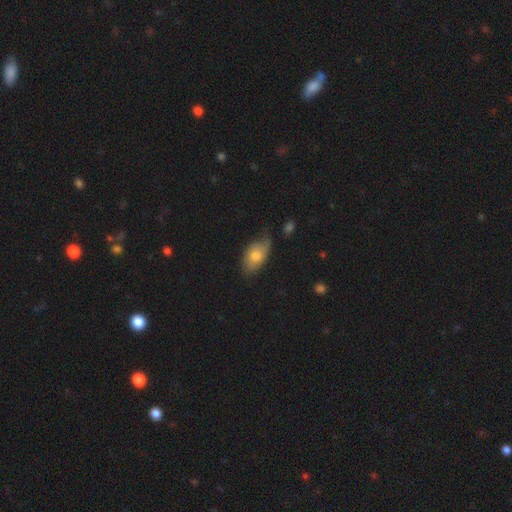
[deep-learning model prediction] This is likely a smooth galaxy (68%). How rounded: clearly in between (91%). Merging: possibly none (52%).